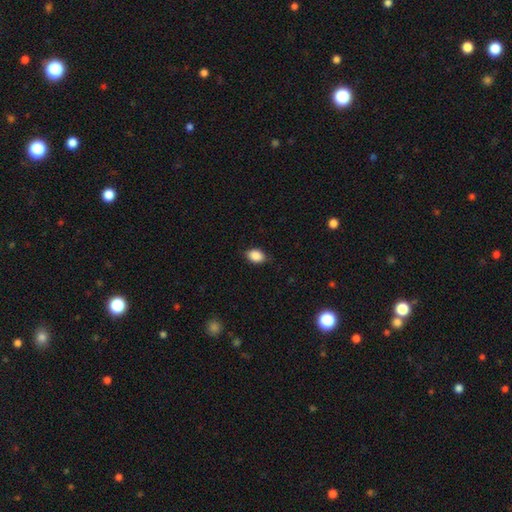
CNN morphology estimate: This is clearly a smooth galaxy (88%). How rounded: likely in between (78%). Merging: likely none (79%).